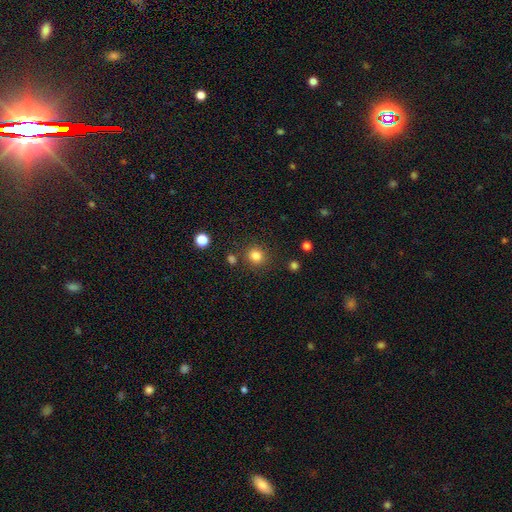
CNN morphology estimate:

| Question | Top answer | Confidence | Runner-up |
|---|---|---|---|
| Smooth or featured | smooth | 82% | star or artifact (13%) |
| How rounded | round | 88% | in between (11%) |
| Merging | none | 84% | minor disturbance (8%) |